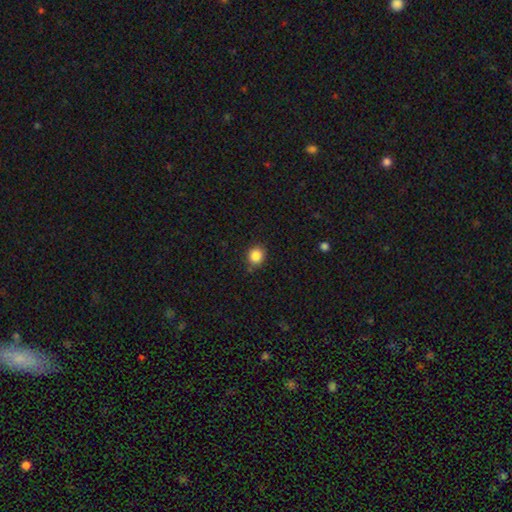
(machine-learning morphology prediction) smooth 86%, star or artifact 10%, featured or disk 4%. Down the decision tree: how rounded — round (83%); merging — none (84%).